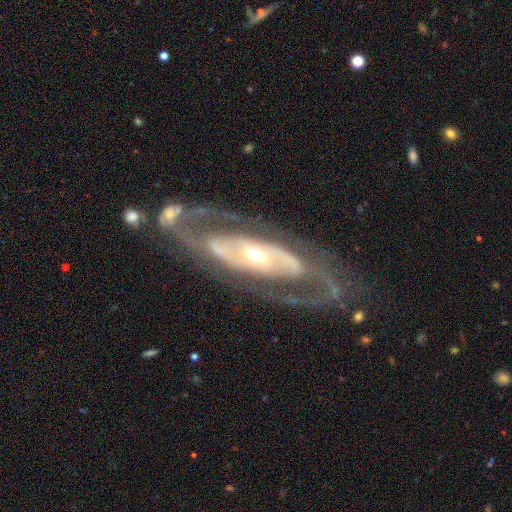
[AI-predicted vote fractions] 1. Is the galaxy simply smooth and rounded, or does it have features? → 86% featured or disk, 9% smooth, 5% star or artifact.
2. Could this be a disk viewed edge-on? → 88% no, 12% yes.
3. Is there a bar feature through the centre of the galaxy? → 57% no, 25% weak, 18% strong.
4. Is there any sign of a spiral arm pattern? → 79% yes, 21% no.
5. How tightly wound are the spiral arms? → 43% medium, 32% tight, 25% loose.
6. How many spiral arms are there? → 78% 2, 12% can't tell, 4% 1, 3% 3, 2% 4, 2% more than 4.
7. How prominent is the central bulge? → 65% moderate, 22% small, 9% large, 2% dominant, 1% none.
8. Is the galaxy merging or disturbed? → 69% none, 14% minor disturbance, 13% major disturbance, 4% merger.